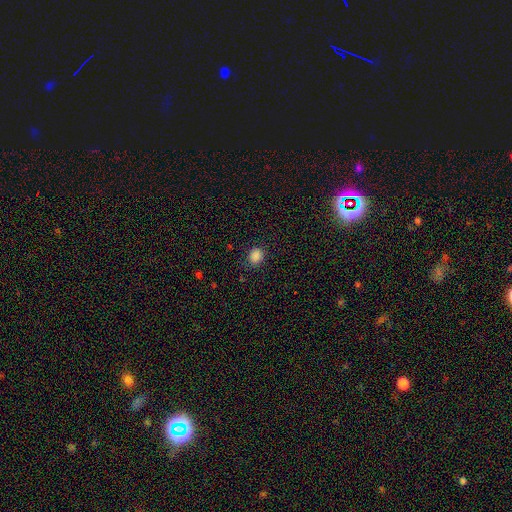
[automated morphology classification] smooth_or_featured: smooth (p=0.86) [alt: star or artifact p=0.11]
how_rounded: round (p=0.61) [alt: in between p=0.38]
merging: none (p=0.85) [alt: minor disturbance p=0.10]